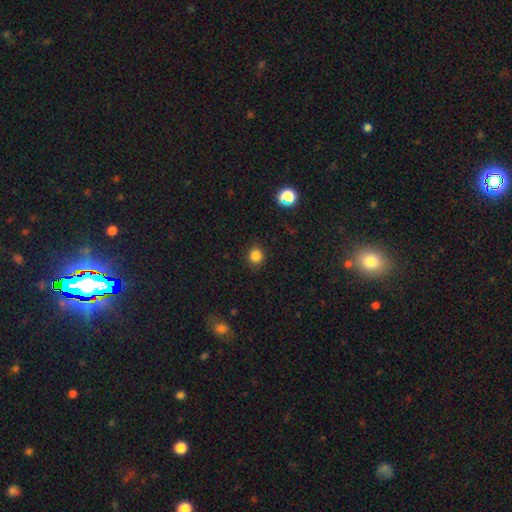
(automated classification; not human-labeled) smooth_or_featured: smooth (p=0.83) [alt: star or artifact p=0.13]
how_rounded: round (p=0.86) [alt: in between p=0.14]
merging: none (p=0.88) [alt: minor disturbance p=0.08]